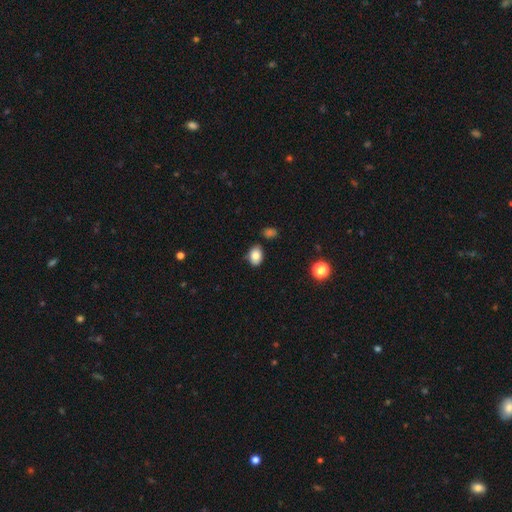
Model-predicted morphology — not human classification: Smooth or featured: smooth — 81% (featured or disk — 10%)
How rounded: in between — 80% (round — 19%)
Merging: none — 79% (minor disturbance — 15%)